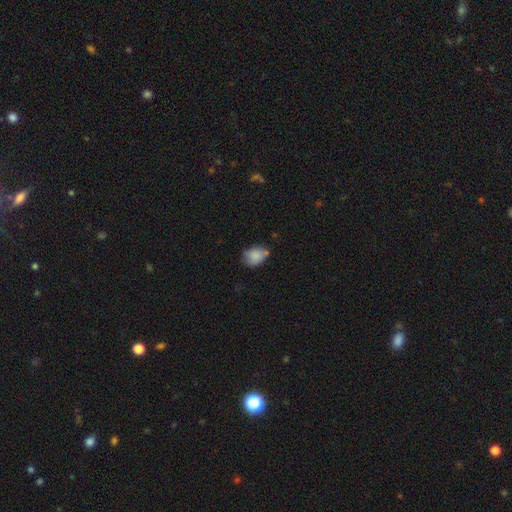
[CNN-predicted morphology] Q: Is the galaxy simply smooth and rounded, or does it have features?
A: smooth — 84%.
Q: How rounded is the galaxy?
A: in between — 64%.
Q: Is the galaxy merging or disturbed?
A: none — 57%.